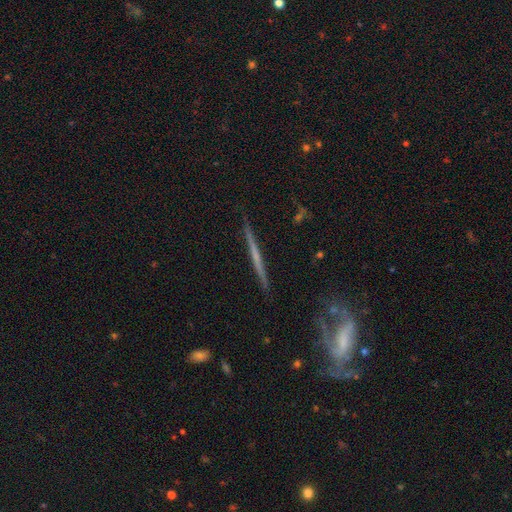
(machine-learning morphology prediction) type=featured or disk (67%); edge-on=yes (96%); edge-on bulge=none (77%); merging=none (87%).